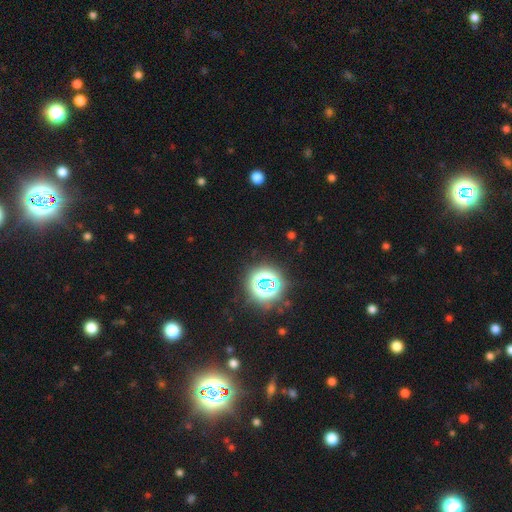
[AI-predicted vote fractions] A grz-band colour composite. It shows a star or artifact, not a galaxy (78%).